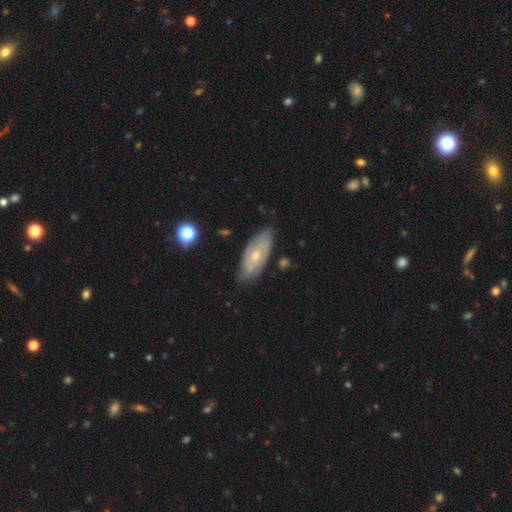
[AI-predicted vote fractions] A featured or disk galaxy (69%) with no bar (67%), spiral arms (76%) and a small central bulge (53%).

Vote fractions:
- Smooth or featured? featured or disk: 69% / smooth: 24% / star or artifact: 6%
- Edge-on disk? no: 88% / yes: 12%
- Bar? no: 67% / weak: 28% / strong: 5%
- Spiral arms? yes: 76% / no: 24%
- Bulge size? small: 53% / moderate: 44% / none: 1% / large: 1% / dominant: 1%
- Merging? none: 73% / minor disturbance: 21% / major disturbance: 4% / merger: 2%